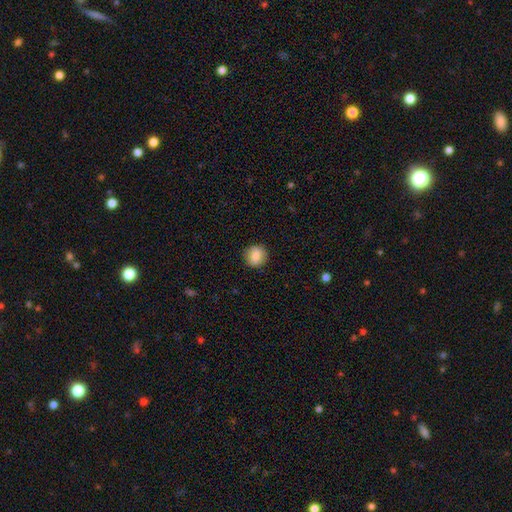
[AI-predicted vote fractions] Overall: smooth (84%). How rounded: round (88%). Merging: none (89%).